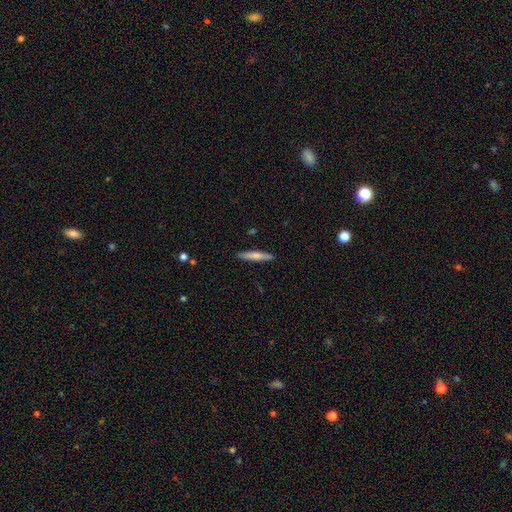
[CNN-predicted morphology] Smooth or featured? smooth (63%)
How rounded? cigar-shaped (91%)
Merging? none (89%)